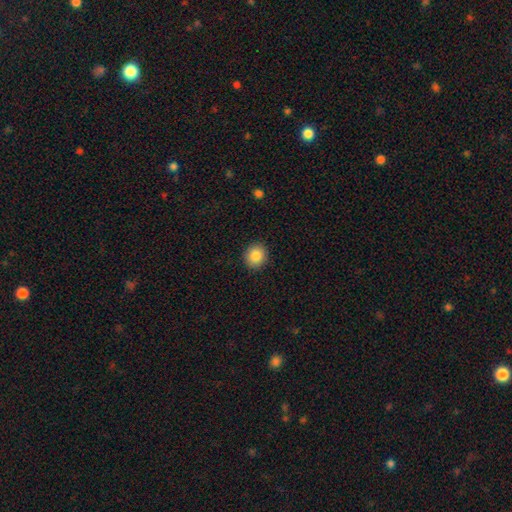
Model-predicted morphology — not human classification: This is clearly a smooth galaxy (86%). How rounded: clearly round (81%). Merging: clearly none (91%).